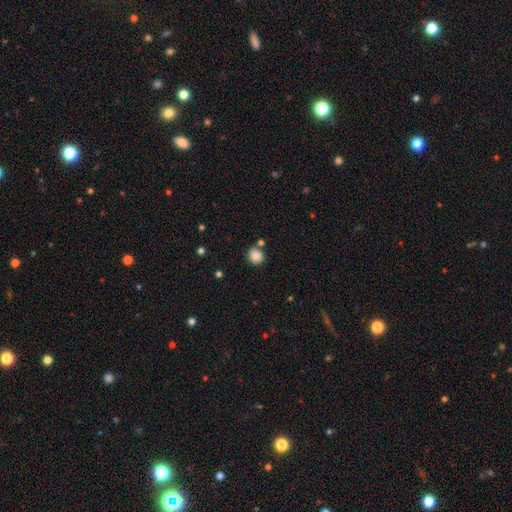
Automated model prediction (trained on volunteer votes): Overall: smooth (85%). How rounded: round (88%). Merging: none (74%).